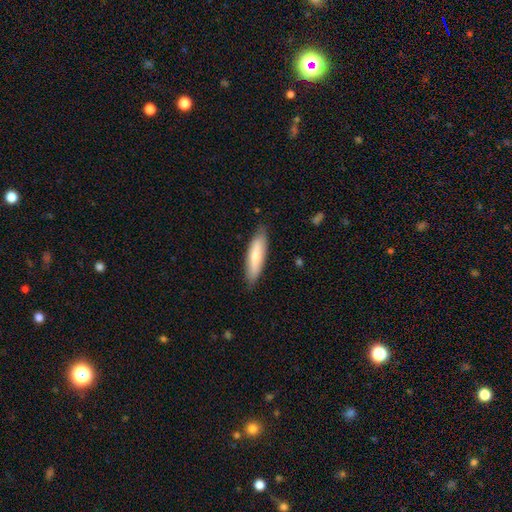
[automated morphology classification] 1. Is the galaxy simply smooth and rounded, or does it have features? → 68% smooth, 27% featured or disk, 6% star or artifact.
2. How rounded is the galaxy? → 61% cigar-shaped, 37% in between, 2% round.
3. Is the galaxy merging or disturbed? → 83% none, 14% minor disturbance, 2% major disturbance, 1% merger.